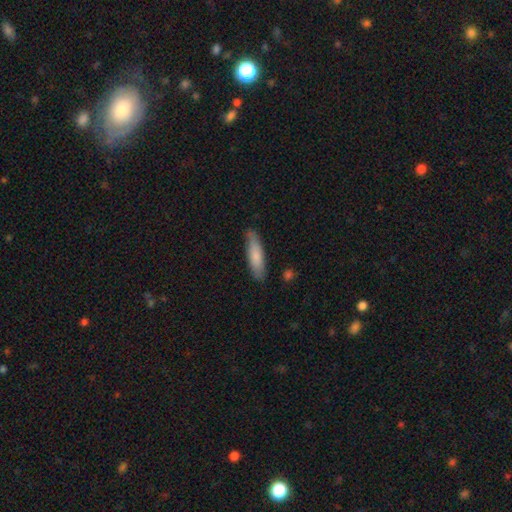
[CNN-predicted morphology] Smooth or featured?
  - smooth: 78% *
  - featured or disk: 16%
  - star or artifact: 5%
How rounded?
  - cigar-shaped: 73% *
  - in between: 26%
  - round: 1%
Merging?
  - none: 81% *
  - minor disturbance: 15%
  - major disturbance: 2%
  - merger: 2%